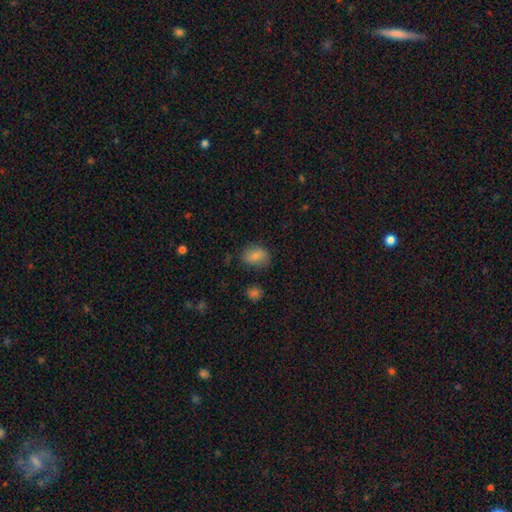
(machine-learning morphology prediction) type=smooth (80%); roundness=in between (73%); merging=none (69%).